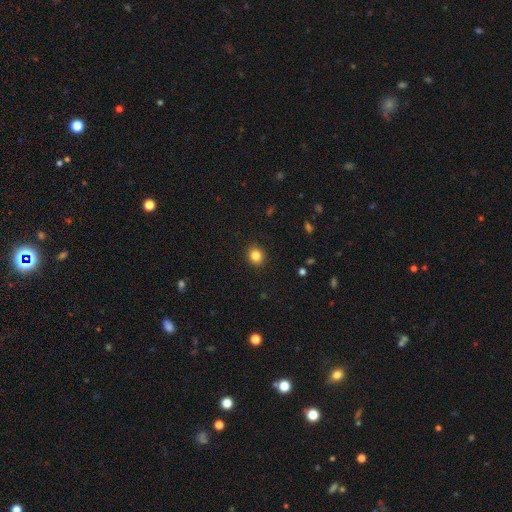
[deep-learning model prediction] smooth 84%, star or artifact 11%, featured or disk 5%. Down the decision tree: how rounded — round (79%); merging — none (91%).